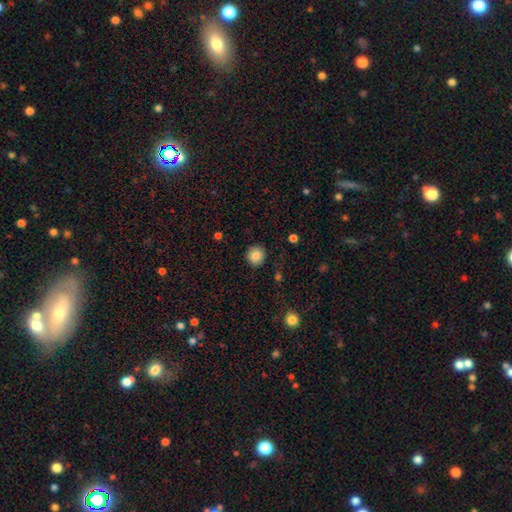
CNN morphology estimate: A smooth galaxy with no disk features (86%) that is round (92%).

Vote fractions:
- Smooth or featured? smooth: 86% / star or artifact: 9% / featured or disk: 5%
- How rounded? round: 92% / in between: 7% / cigar-shaped: 1%
- Merging? none: 89% / minor disturbance: 7% / major disturbance: 2% / merger: 1%